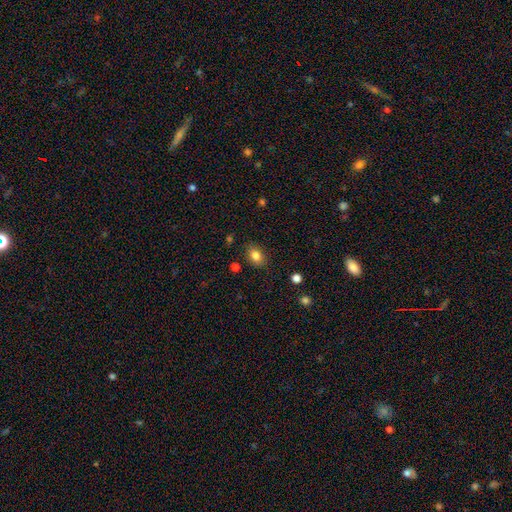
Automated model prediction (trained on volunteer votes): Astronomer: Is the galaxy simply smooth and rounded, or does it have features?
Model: smooth — 83%.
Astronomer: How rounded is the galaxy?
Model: in between — 71%.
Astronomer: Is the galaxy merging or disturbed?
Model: none — 85%.